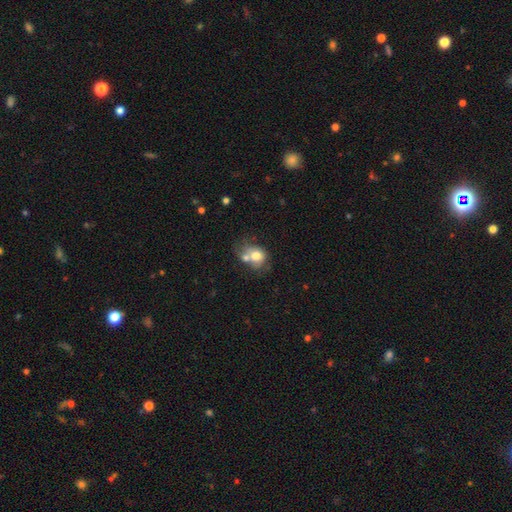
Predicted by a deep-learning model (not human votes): smooth 68%, featured or disk 23%, star or artifact 9%. Down the decision tree: how rounded — round (57%); merging — merger (47%).